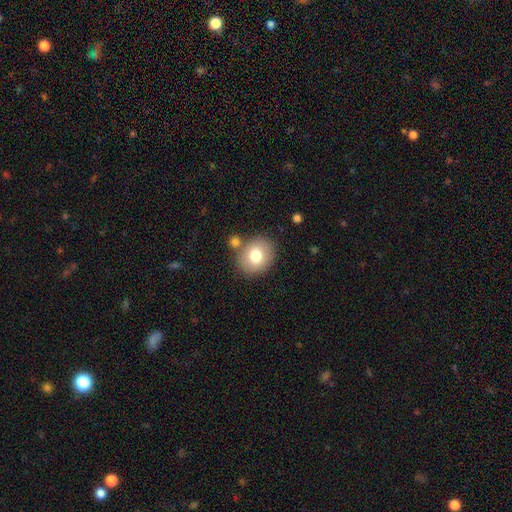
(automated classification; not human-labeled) This appears to be a smooth galaxy with no disk features (76%) that is round (61%). Merging: none (73%).